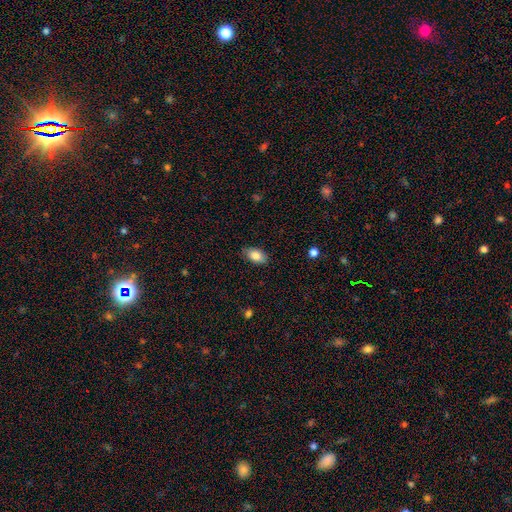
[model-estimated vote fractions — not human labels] This is clearly a smooth galaxy (84%). How rounded: clearly in between (91%). Merging: clearly none (82%).